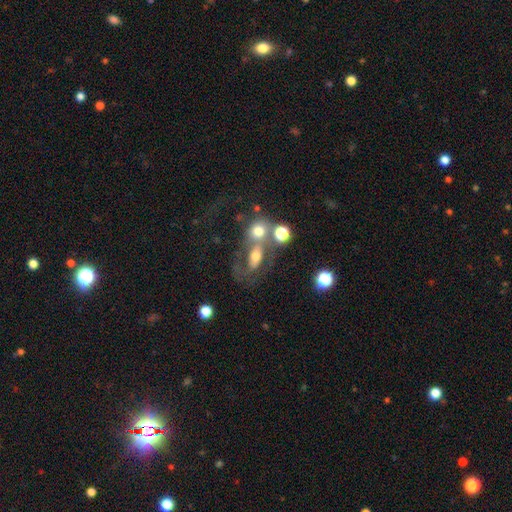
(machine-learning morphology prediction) The model was most divided on "smooth or featured": smooth: 45%, featured or disk: 39%, star or artifact: 15%. Remaining: merging — merger (49%).